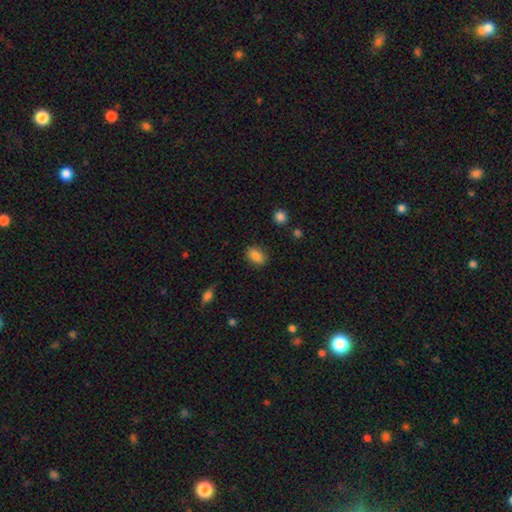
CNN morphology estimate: The model was most divided on "merging": none: 82%, minor disturbance: 13%, major disturbance: 3%, merger: 2%. More confident: smooth or featured — smooth (86%); how rounded — in between (85%).